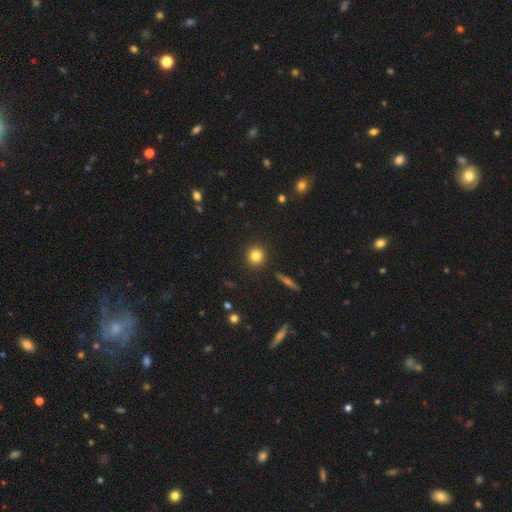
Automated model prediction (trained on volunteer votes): Q: Smooth or featured?
A: smooth (81%); runner-up: star or artifact (11%)
Q: How rounded?
A: round (92%); runner-up: in between (7%)
Q: Merging?
A: none (91%); runner-up: minor disturbance (5%)